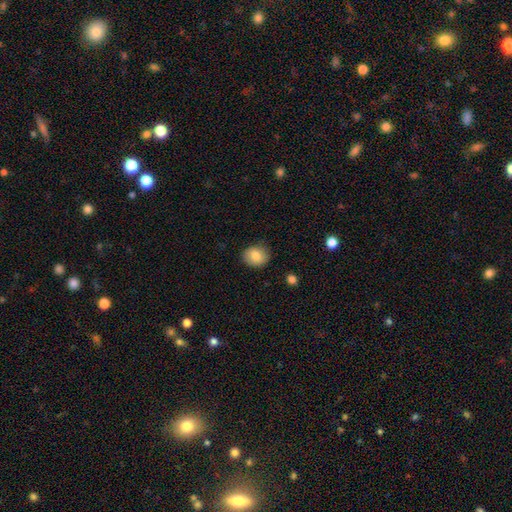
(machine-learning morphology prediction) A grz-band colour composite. It shows a smooth galaxy with no disk features (81%) that is round (61%). Merging: none (83%).